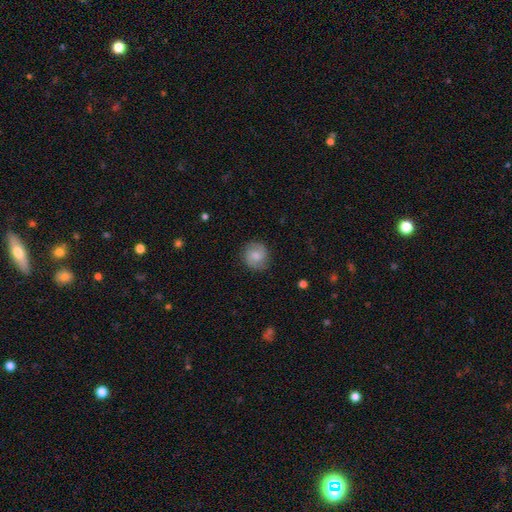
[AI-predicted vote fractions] Overall: featured or disk (46%, tied with smooth). Merging: none (85%).